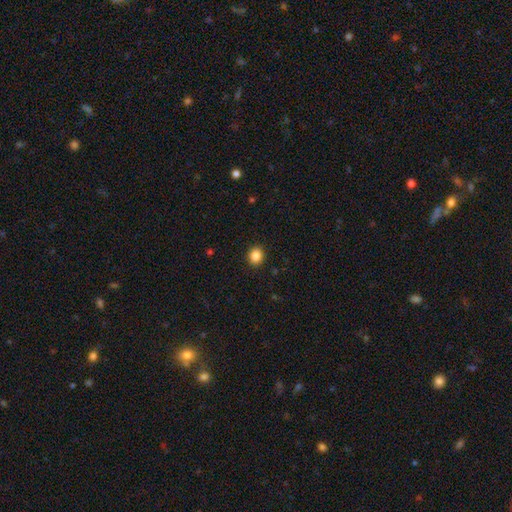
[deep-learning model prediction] This appears to be a smooth galaxy with no disk features (86%) that is round (71%). Merging: none (92%).